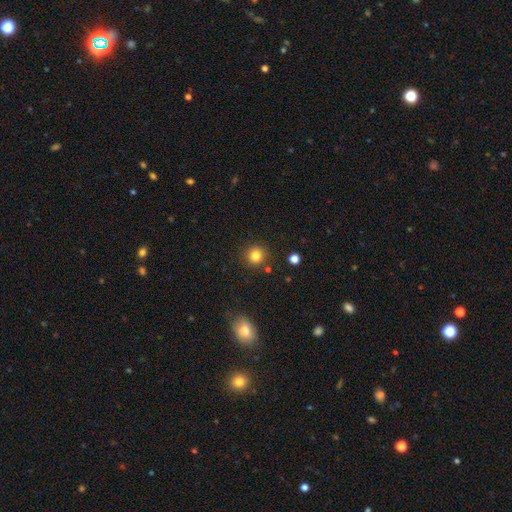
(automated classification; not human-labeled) smooth_or_featured: smooth (p=0.82) [alt: star or artifact p=0.12]
how_rounded: round (p=0.93) [alt: in between p=0.06]
merging: none (p=0.88) [alt: minor disturbance p=0.07]